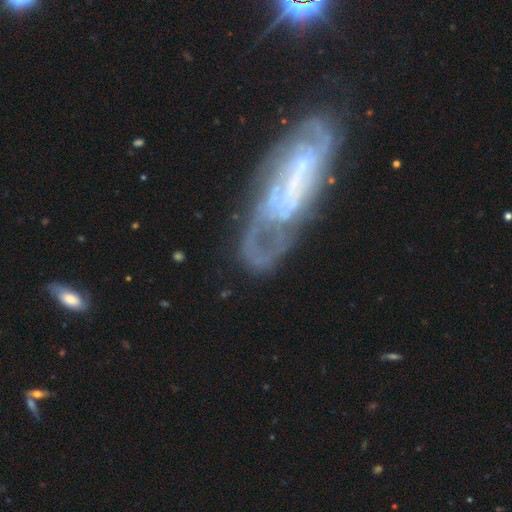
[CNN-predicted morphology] A featured or disk galaxy (71%) with no bar (41%), spiral arms (63%) and no central bulge (51%). Merging: none (45%).